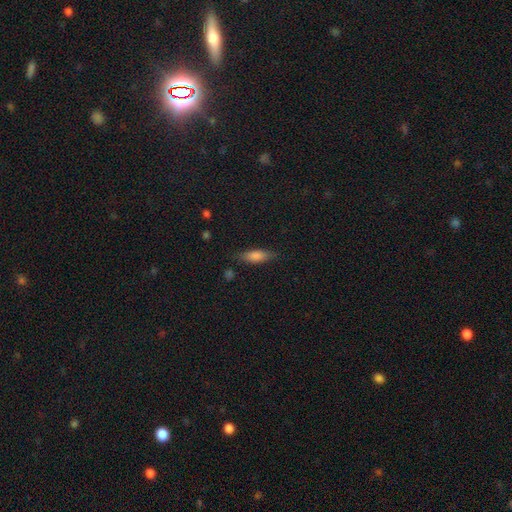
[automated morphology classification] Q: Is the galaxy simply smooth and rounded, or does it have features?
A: smooth — 67%.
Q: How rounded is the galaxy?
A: cigar-shaped — 50%.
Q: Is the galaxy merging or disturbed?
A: none — 81%.